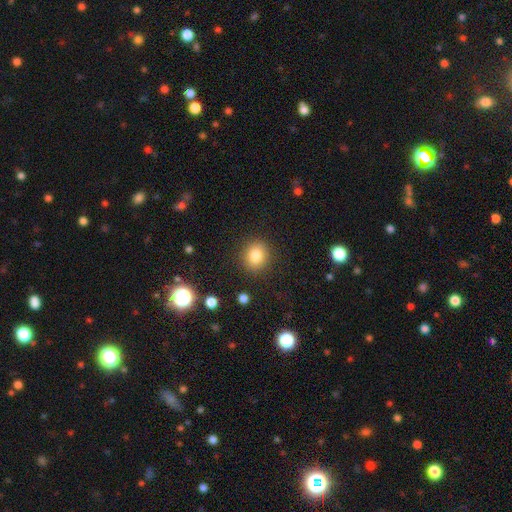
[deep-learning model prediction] The model was most divided on "how rounded": round: 80%, in between: 19%, cigar-shaped: 1%. More confident: merging — none (88%); smooth or featured — smooth (83%).